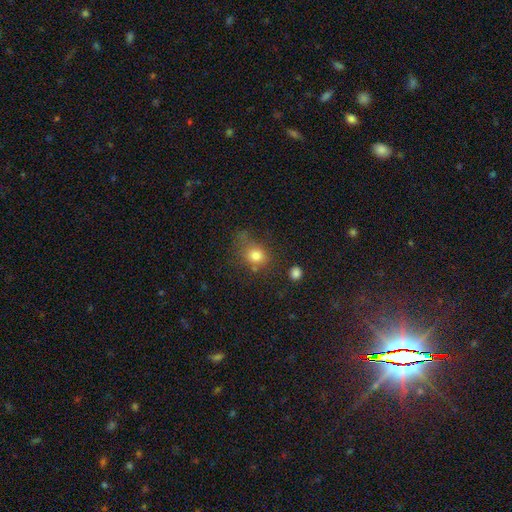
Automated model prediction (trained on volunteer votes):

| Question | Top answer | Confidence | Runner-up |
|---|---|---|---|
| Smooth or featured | smooth | 78% | star or artifact (13%) |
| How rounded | round | 67% | in between (32%) |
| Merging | none | 56% | minor disturbance (22%) |